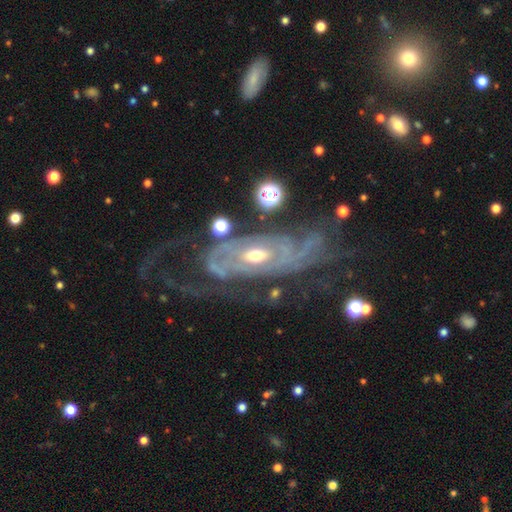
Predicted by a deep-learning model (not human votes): Morphology: type=featured or disk (87%); edge-on=no (92%); bar=no (57%); spiral arms=yes (90%); winding=tight (56%); arm count=can't tell (34%); bulge=moderate (60%); merging=none (53%).